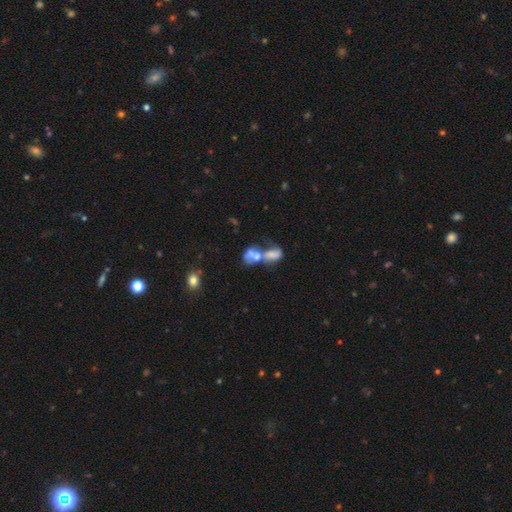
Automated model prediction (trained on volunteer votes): Morphology: type=smooth (48%); merging=merger (74%).